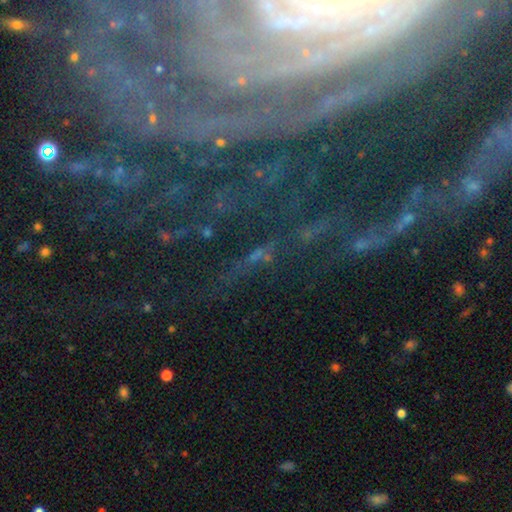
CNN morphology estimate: This appears to be a star or artifact, not a galaxy (60%).